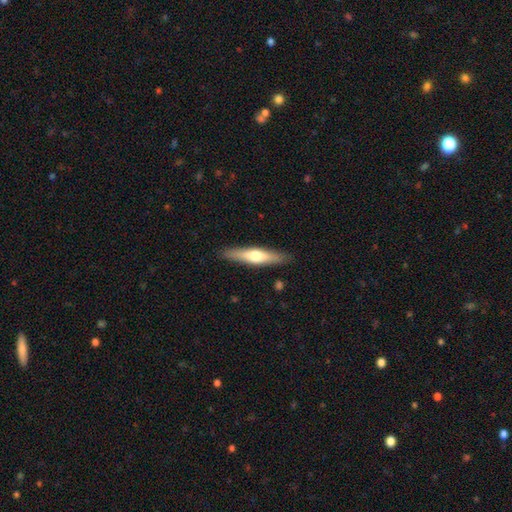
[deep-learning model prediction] Smooth or featured? smooth (48%)
Merging? none (89%)